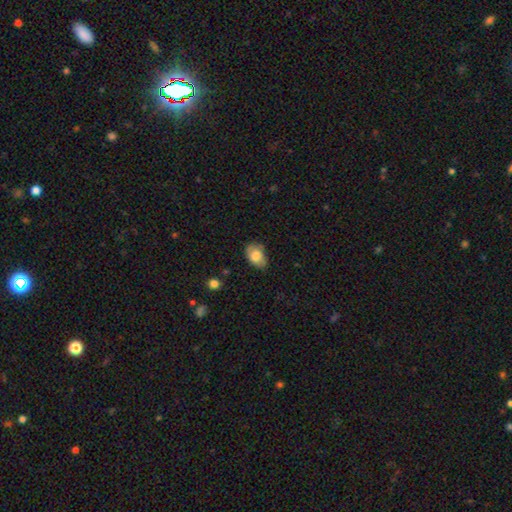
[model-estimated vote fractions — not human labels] smooth-or-featured: smooth: 76% | featured or disk: 17% | star or artifact: 7%
  how-rounded: in between: 87% | round: 12% | cigar-shaped: 1%
  merging: none: 69% | minor disturbance: 25% | major disturbance: 5% | merger: 1%